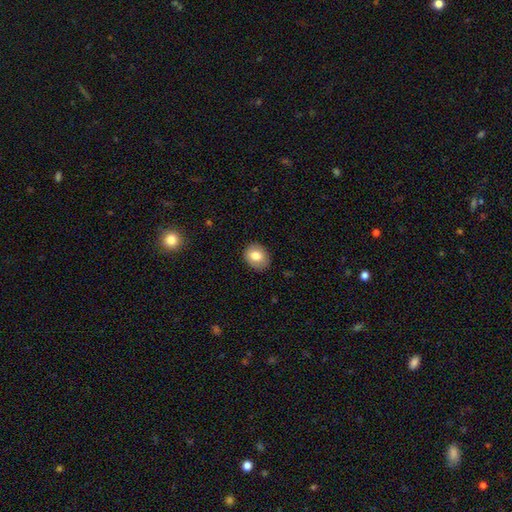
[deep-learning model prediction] A smooth galaxy with no disk features (81%) that is round (55%).

Vote fractions:
- Smooth or featured? smooth: 81% / featured or disk: 11% / star or artifact: 8%
- How rounded? round: 55% / in between: 44% / cigar-shaped: 1%
- Merging? none: 86% / minor disturbance: 11% / major disturbance: 2% / merger: 1%